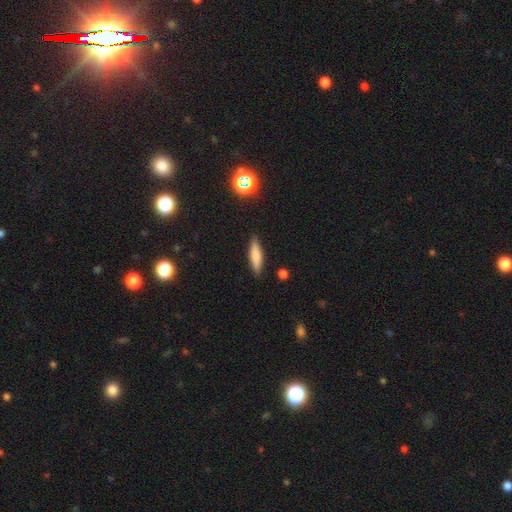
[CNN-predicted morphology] smooth_or_featured: smooth (p=0.77) [alt: featured or disk p=0.16]
how_rounded: cigar-shaped (p=0.73) [alt: in between p=0.26]
merging: none (p=0.87) [alt: minor disturbance p=0.09]